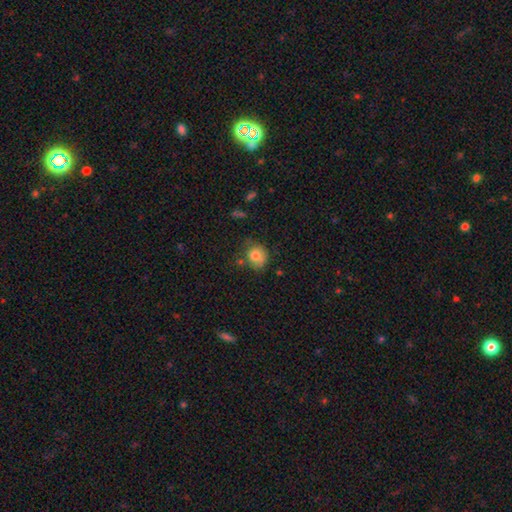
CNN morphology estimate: type=smooth (79%); roundness=round (74%); merging=none (57%).